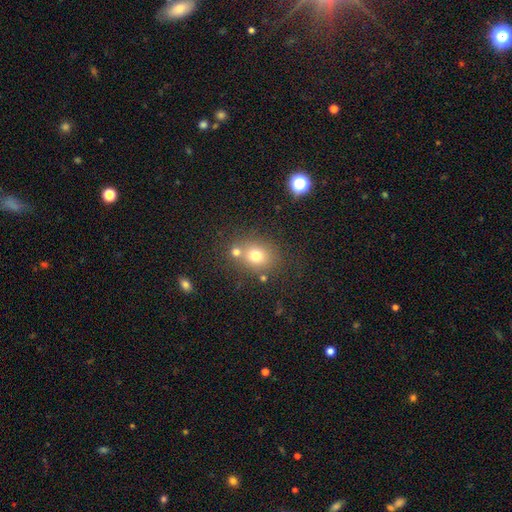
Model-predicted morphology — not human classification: Smooth or featured? smooth (73%)
How rounded? round (65%)
Merging? none (64%)